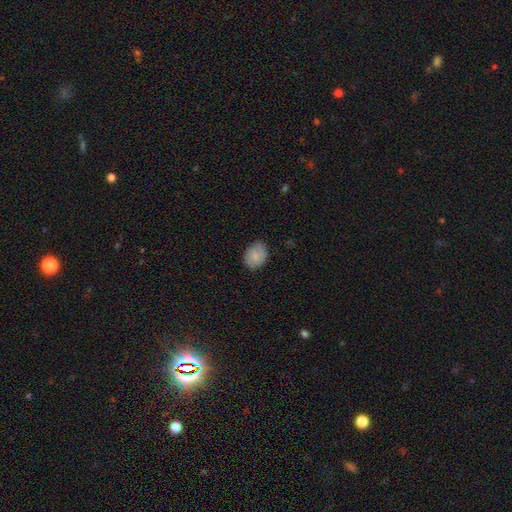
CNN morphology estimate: Smooth or featured? smooth (85%)
How rounded? in between (60%)
Merging? none (83%)